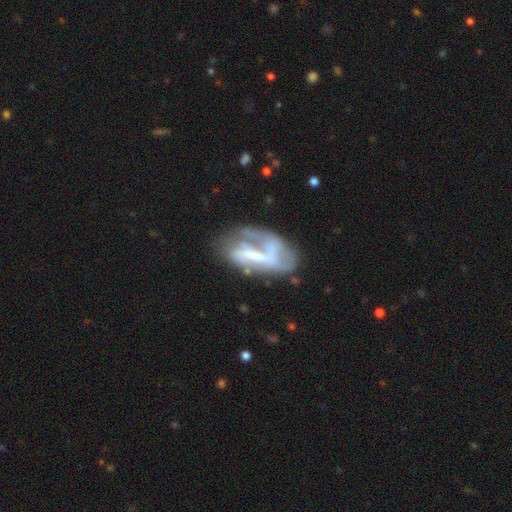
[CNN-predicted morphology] type=featured or disk (70%); edge-on=no (94%); bar=strong (41%); spiral arms=yes (63%); bulge=none (32%); merging=none (39%).